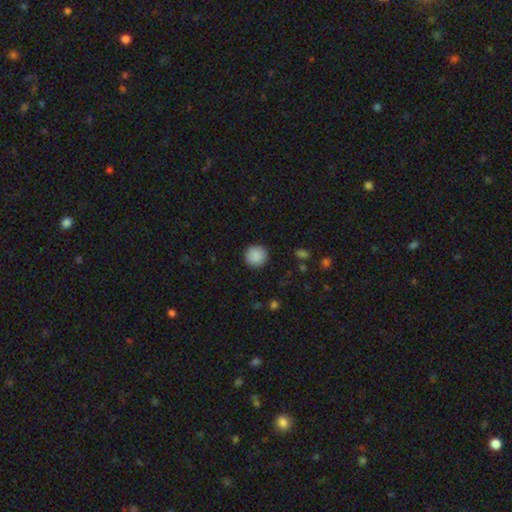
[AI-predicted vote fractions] Smooth or featured?
  - smooth: 89% *
  - star or artifact: 8%
  - featured or disk: 3%
How rounded?
  - round: 95% *
  - in between: 4%
  - cigar-shaped: 1%
Merging?
  - none: 91% *
  - minor disturbance: 6%
  - major disturbance: 2%
  - merger: 1%